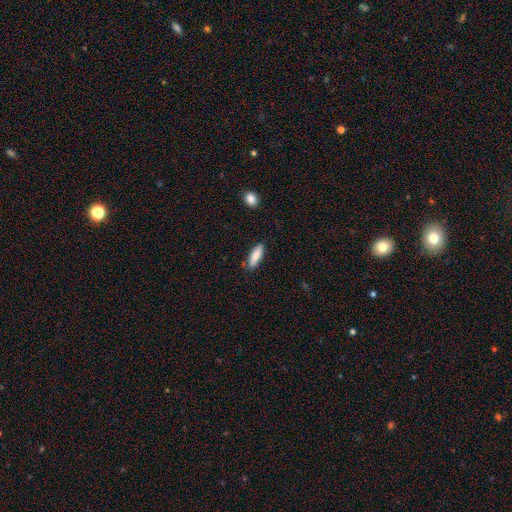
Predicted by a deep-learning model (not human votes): This is clearly a smooth galaxy (81%). How rounded: possibly in between (53%). Merging: clearly none (82%).